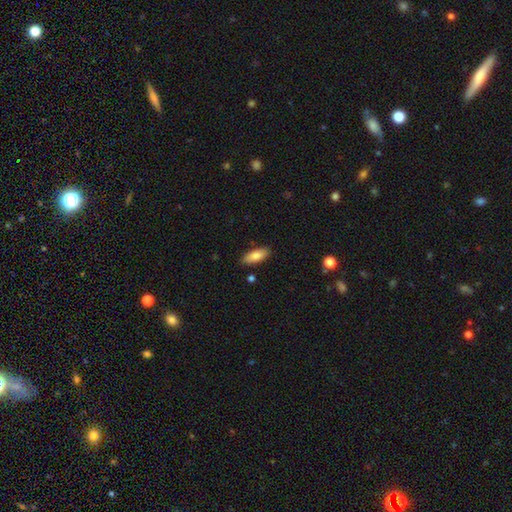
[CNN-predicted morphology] Smooth or featured?
  - smooth: 85% *
  - featured or disk: 9%
  - star or artifact: 6%
How rounded?
  - in between: 79% *
  - cigar-shaped: 19%
  - round: 2%
Merging?
  - none: 87% *
  - minor disturbance: 10%
  - major disturbance: 2%
  - merger: 2%